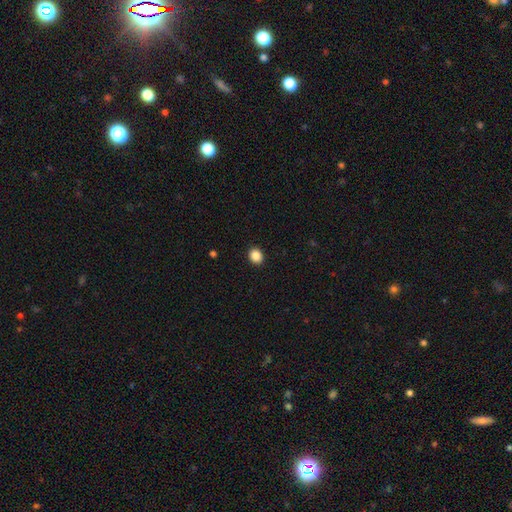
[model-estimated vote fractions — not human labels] Smooth or featured?
  - smooth: 88% *
  - star or artifact: 9%
  - featured or disk: 3%
How rounded?
  - round: 63% *
  - in between: 36%
  - cigar-shaped: 1%
Merging?
  - none: 92% *
  - minor disturbance: 5%
  - major disturbance: 2%
  - merger: 1%